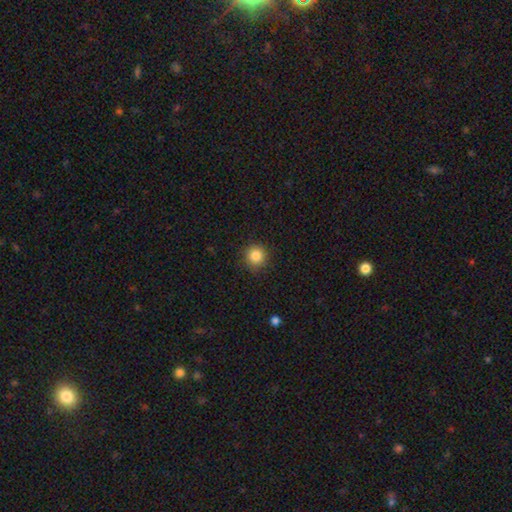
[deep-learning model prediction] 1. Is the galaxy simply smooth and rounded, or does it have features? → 86% smooth, 10% star or artifact, 4% featured or disk.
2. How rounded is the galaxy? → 94% round, 5% in between, 1% cigar-shaped.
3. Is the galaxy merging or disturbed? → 90% none, 7% minor disturbance, 2% major disturbance, 1% merger.